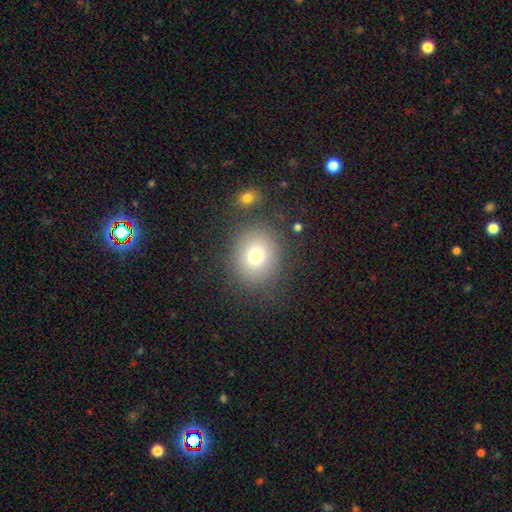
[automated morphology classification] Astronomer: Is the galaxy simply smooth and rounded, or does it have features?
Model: smooth — 74%.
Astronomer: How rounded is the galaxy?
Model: round — 72%.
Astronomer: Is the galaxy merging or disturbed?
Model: none — 80%.